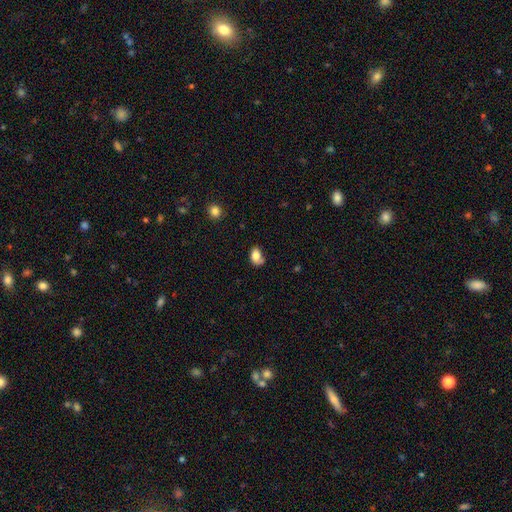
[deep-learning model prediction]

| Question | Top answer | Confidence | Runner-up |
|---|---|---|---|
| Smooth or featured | smooth | 79% | featured or disk (12%) |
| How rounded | in between | 80% | round (19%) |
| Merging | none | 47% | minor disturbance (31%) |